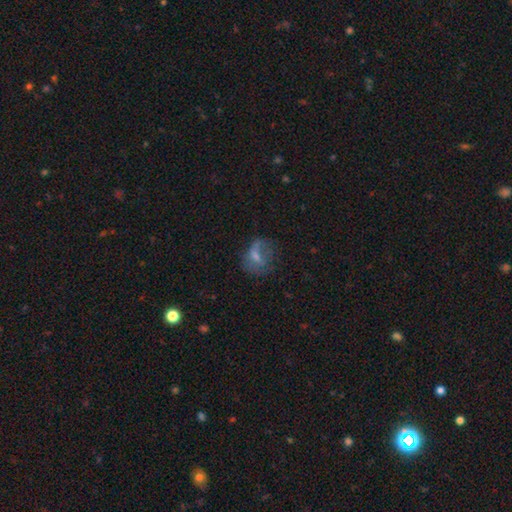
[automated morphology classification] Overall: smooth (42%; featured or disk 41%). Merging: none (42%; major disturbance 32%).